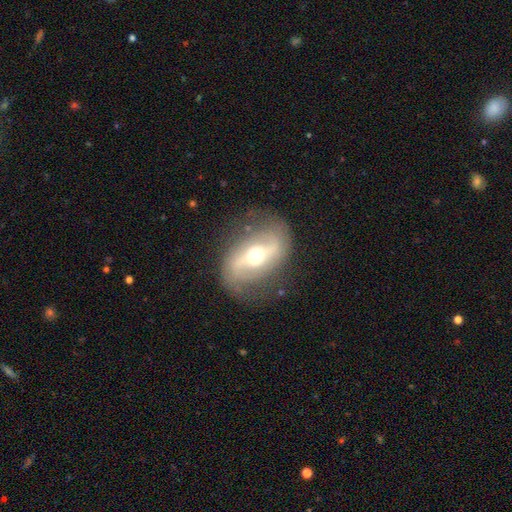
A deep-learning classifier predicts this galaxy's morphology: Q: Smooth or featured?
A: featured or disk (81%); runner-up: smooth (13%)
Q: Edge-on disk?
A: no (93%); runner-up: yes (7%)
Q: Bar?
A: strong (54%); runner-up: weak (28%)
Q: Spiral arms?
A: yes (80%); runner-up: no (20%)
Q: Spiral winding?
A: loose (52%); runner-up: medium (35%)
Q: Spiral arm count?
A: 2 (90%); runner-up: can't tell (5%)
Q: Bulge size?
A: moderate (72%); runner-up: small (15%)
Q: Merging?
A: none (79%); runner-up: minor disturbance (13%)